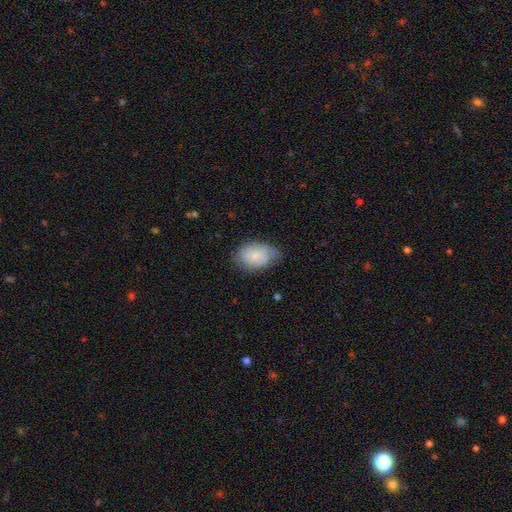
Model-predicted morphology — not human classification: This appears to be a smooth galaxy with no disk features (74%) that is in between round and cigar-shaped (85%). Merging: none (61%).